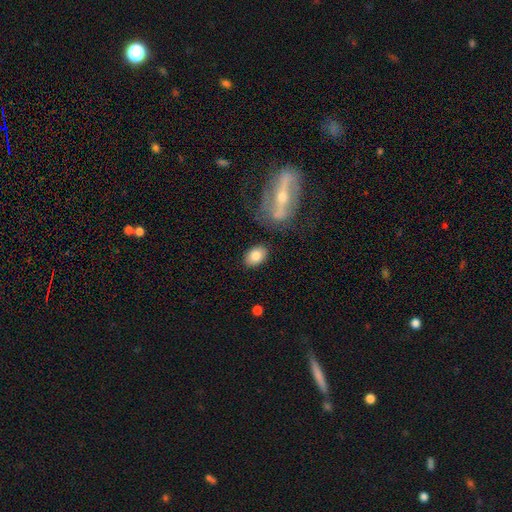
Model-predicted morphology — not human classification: type=smooth (80%); roundness=in between (83%); merging=none (82%).